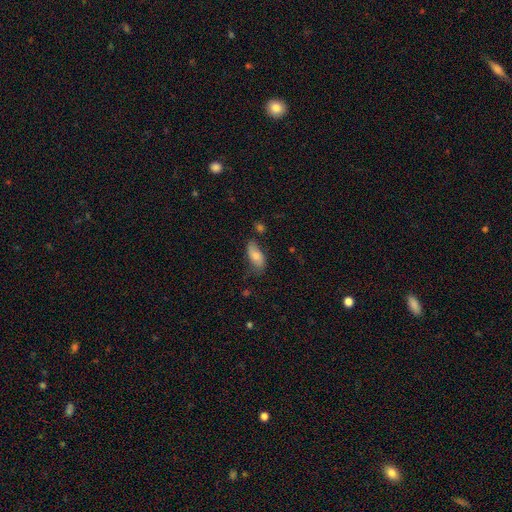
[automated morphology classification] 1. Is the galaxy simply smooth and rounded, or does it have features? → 71% smooth, 22% featured or disk, 7% star or artifact.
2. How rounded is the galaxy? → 87% in between, 10% cigar-shaped, 3% round.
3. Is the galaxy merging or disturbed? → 59% none, 28% minor disturbance, 9% major disturbance, 4% merger.